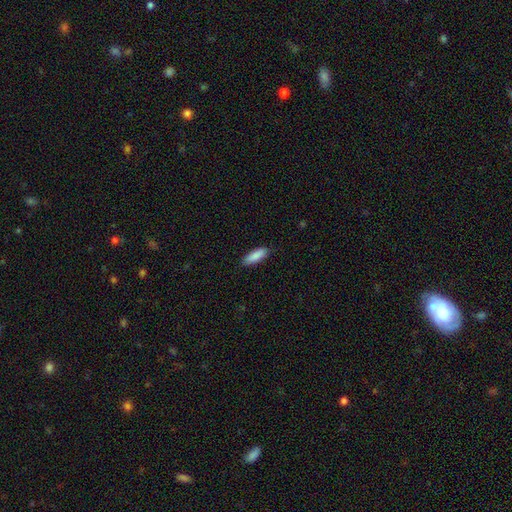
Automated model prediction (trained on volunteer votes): A smooth galaxy with no disk features (89%) that is in between round and cigar-shaped (53%).

Vote fractions:
- Smooth or featured? smooth: 89% / star or artifact: 6% / featured or disk: 6%
- How rounded? in between: 53% / cigar-shaped: 45% / round: 2%
- Merging? none: 87% / minor disturbance: 10% / major disturbance: 2% / merger: 1%